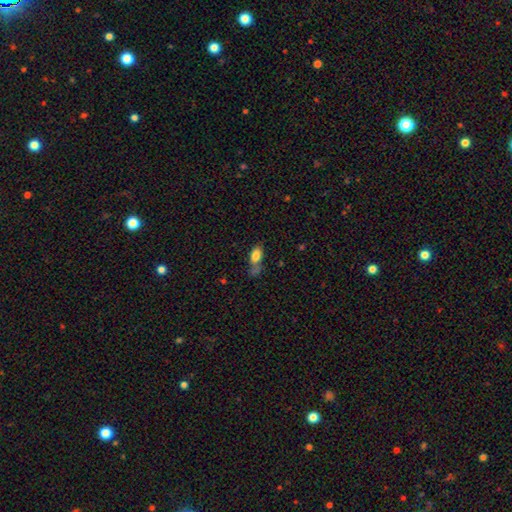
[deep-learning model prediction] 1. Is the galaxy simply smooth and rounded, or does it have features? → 79% smooth, 12% featured or disk, 9% star or artifact.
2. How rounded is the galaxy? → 85% in between, 8% cigar-shaped, 7% round.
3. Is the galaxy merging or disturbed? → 46% none, 22% minor disturbance, 20% merger, 12% major disturbance.